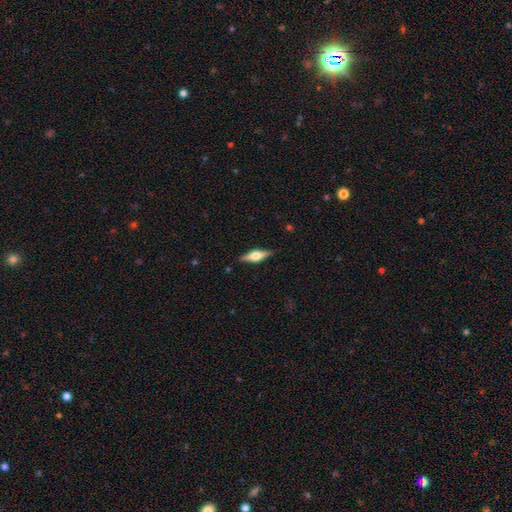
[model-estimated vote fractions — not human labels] Overall: featured or disk (54%; smooth 40%). Edge-on disk: yes (95%). Edge-on bulge: rounded (90%). Merging: none (87%).